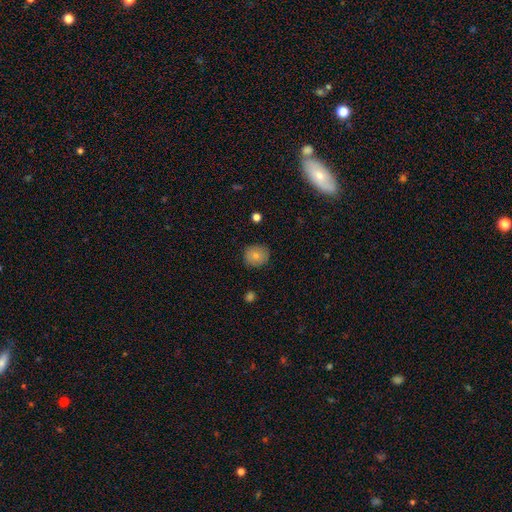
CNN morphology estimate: Smooth or featured?
  - smooth: 75% *
  - featured or disk: 17%
  - star or artifact: 9%
How rounded?
  - round: 84% *
  - in between: 15%
  - cigar-shaped: 1%
Merging?
  - none: 83% *
  - minor disturbance: 13%
  - major disturbance: 3%
  - merger: 1%